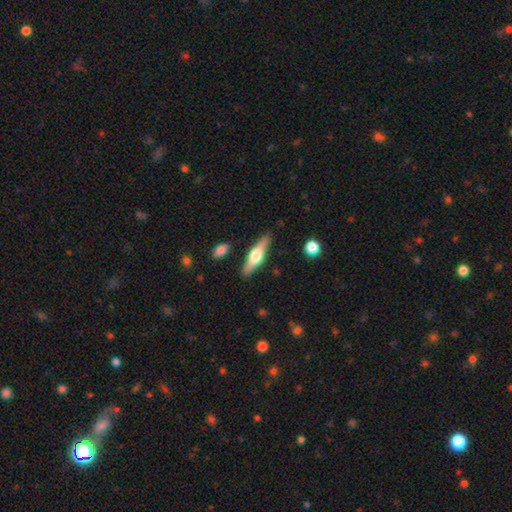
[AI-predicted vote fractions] Morphology: type=featured or disk (58%); edge-on=yes (95%); edge-on bulge=rounded (93%); merging=none (87%).